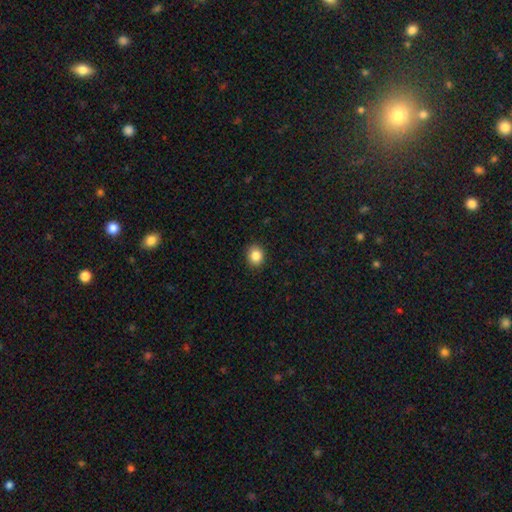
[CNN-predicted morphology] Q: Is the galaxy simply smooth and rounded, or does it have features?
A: smooth — 85%.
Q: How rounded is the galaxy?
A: round — 66%.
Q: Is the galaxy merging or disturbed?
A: none — 91%.